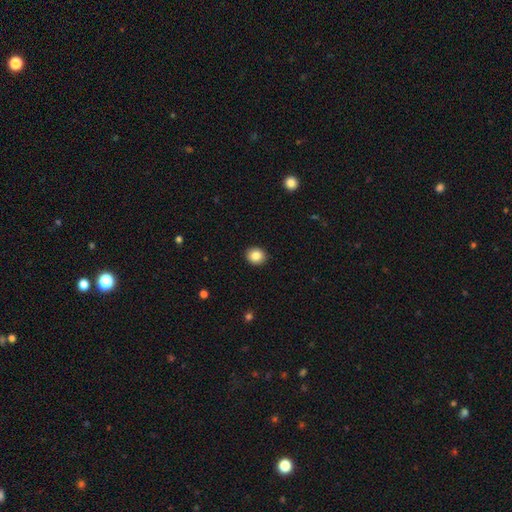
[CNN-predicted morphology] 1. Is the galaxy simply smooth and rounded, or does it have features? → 86% smooth, 9% star or artifact, 5% featured or disk.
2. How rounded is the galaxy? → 75% round, 24% in between, 1% cigar-shaped.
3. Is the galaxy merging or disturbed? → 92% none, 6% minor disturbance, 2% major disturbance, 1% merger.